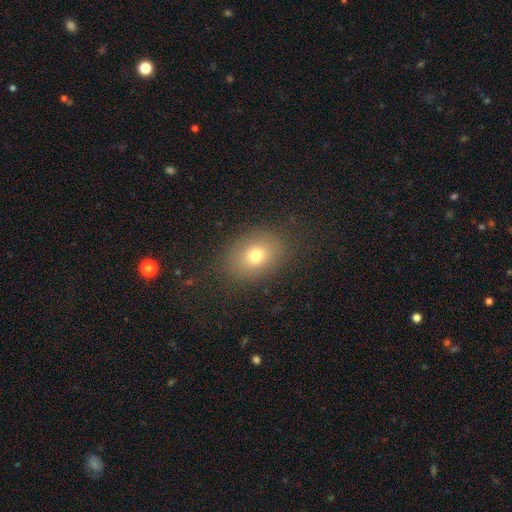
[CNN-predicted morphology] Smooth or featured: smooth — 74% (star or artifact — 13%)
How rounded: in between — 66% (round — 33%)
Merging: none — 83% (minor disturbance — 11%)